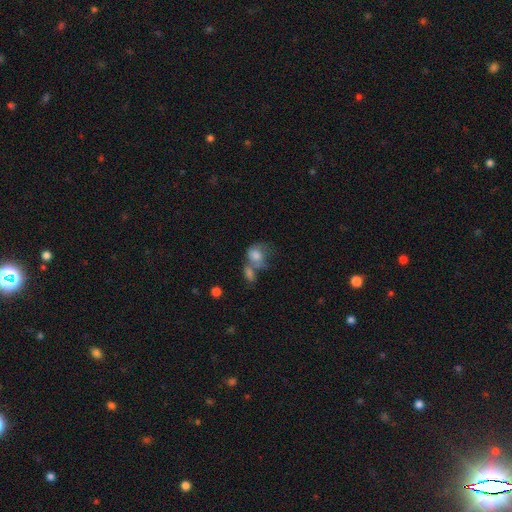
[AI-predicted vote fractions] Morphology: type=smooth (71%); roundness=in between (55%); merging=merger (48%).